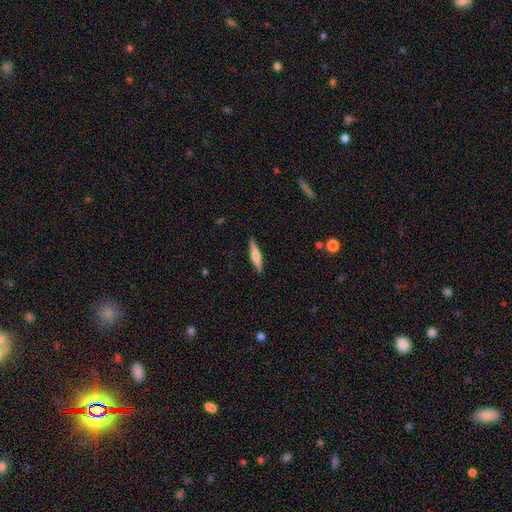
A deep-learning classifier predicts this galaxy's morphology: Overall: smooth (51%; featured or disk 43%). How rounded: cigar-shaped (87%). Merging: none (90%).